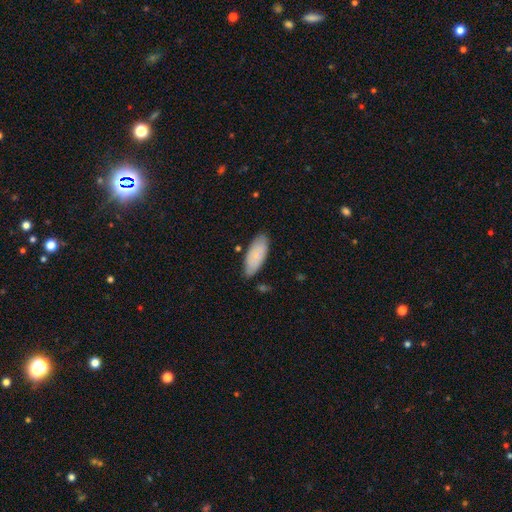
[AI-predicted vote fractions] smooth 82%, featured or disk 13%, star or artifact 6%. Down the decision tree: how rounded — in between (82%); merging — none (77%).